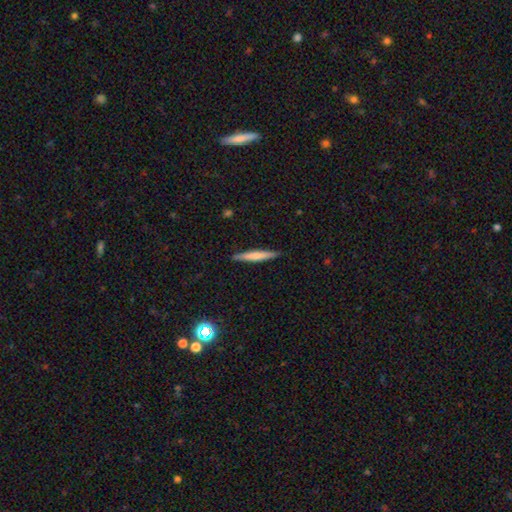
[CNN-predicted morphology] Overall: smooth (57%; featured or disk 37%). How rounded: cigar-shaped (94%). Merging: none (89%).